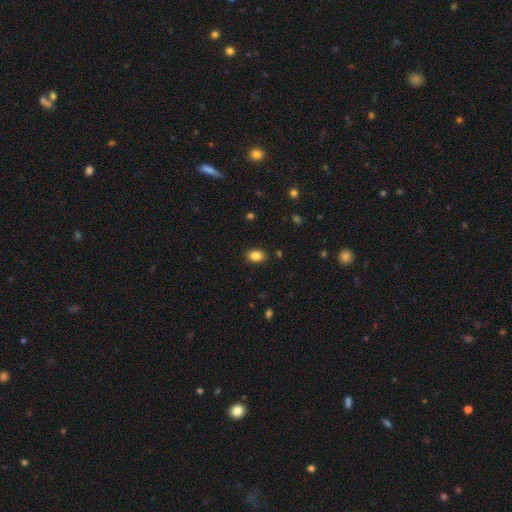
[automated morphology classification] Smooth or featured: smooth — 86% (star or artifact — 9%)
How rounded: in between — 79% (round — 20%)
Merging: none — 87% (minor disturbance — 9%)